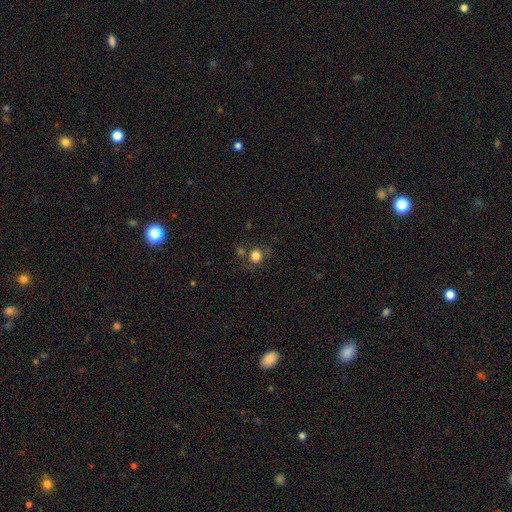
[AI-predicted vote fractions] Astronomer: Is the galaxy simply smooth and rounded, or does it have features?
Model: smooth — 78%.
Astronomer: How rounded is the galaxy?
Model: round — 81%.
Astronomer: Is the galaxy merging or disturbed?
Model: none — 68%.